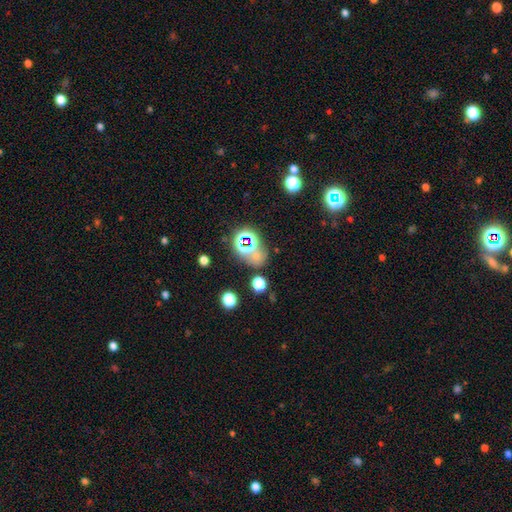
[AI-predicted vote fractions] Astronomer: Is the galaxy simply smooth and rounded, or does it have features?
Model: star or artifact — 46% (runner-up: smooth, 43%).